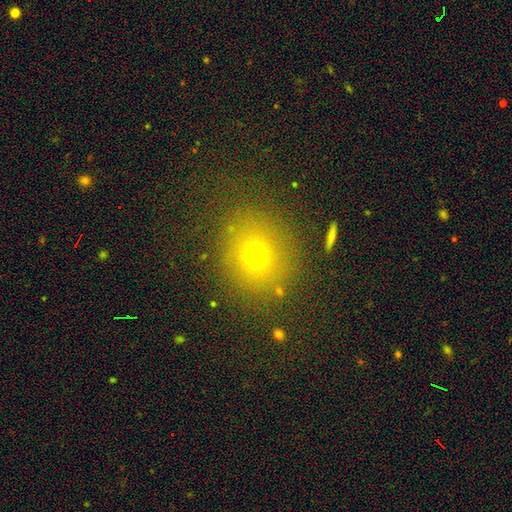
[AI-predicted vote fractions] smooth-or-featured: smooth: 67% | star or artifact: 22% | featured or disk: 11%
  how-rounded: round: 84% | in between: 15% | cigar-shaped: 1%
  merging: none: 83% | minor disturbance: 10% | major disturbance: 5% | merger: 3%